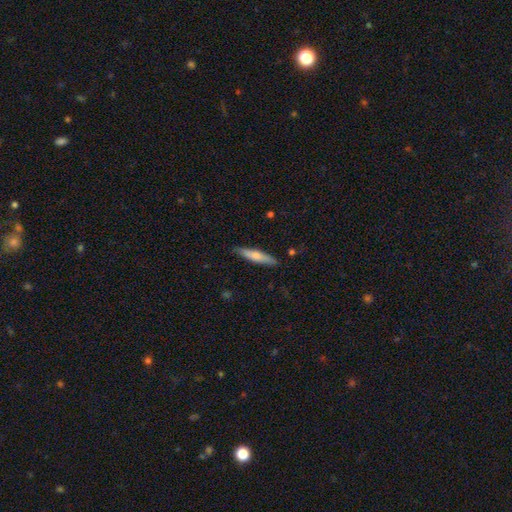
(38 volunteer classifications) Morphology: type=featured or disk (50%); edge-on=yes (89%); edge-on bulge=rounded (88%); merging=none (89%).